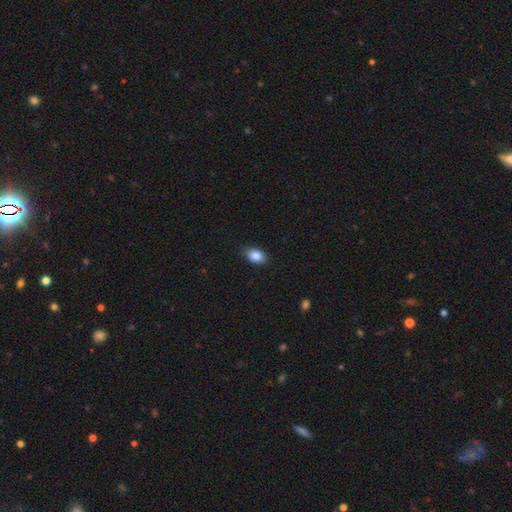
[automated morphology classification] A smooth galaxy with no disk features (86%) that is in between round and cigar-shaped (88%). Merging: none (86%).